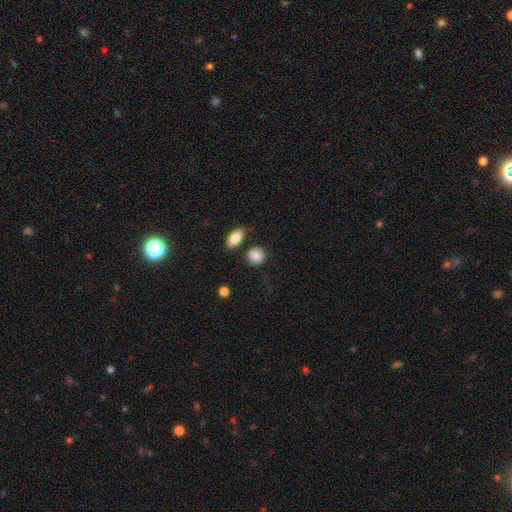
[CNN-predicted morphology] Q: Smooth or featured?
A: smooth (85%); runner-up: star or artifact (9%)
Q: How rounded?
A: round (55%); runner-up: in between (43%)
Q: Merging?
A: none (69%); runner-up: minor disturbance (18%)